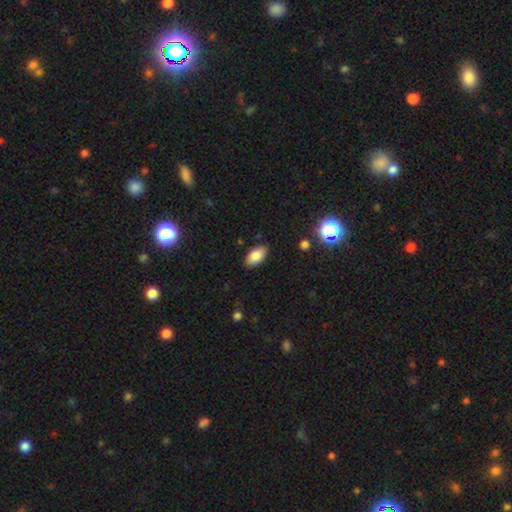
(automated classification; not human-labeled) Overall: smooth (83%). How rounded: in between (93%). Merging: none (85%).